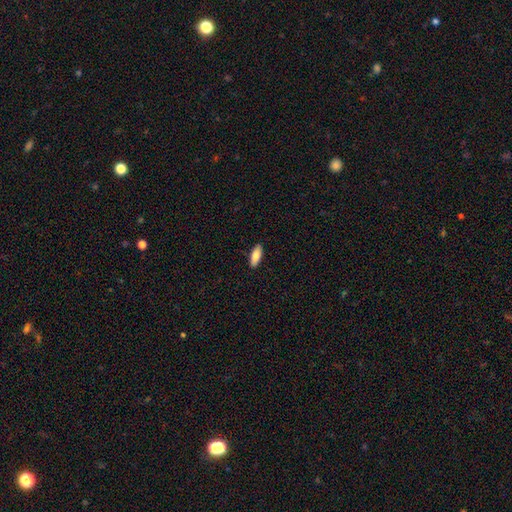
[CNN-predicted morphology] smooth-or-featured: smooth: 78% | featured or disk: 16% | star or artifact: 6%
  how-rounded: in between: 73% | cigar-shaped: 25% | round: 2%
  merging: none: 90% | minor disturbance: 8% | major disturbance: 2% | merger: 1%